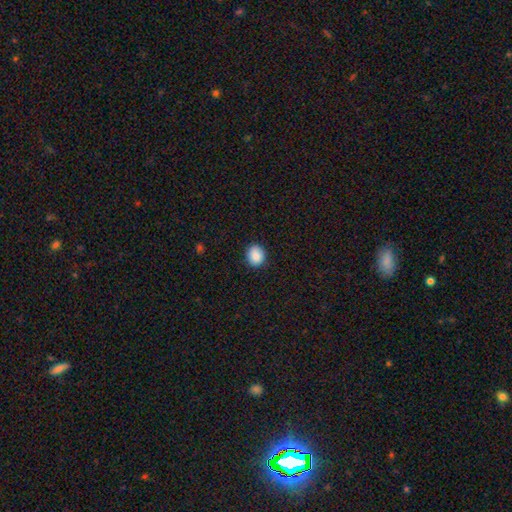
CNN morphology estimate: Overall: smooth (89%). How rounded: round (65%; in between 34%). Merging: none (89%).